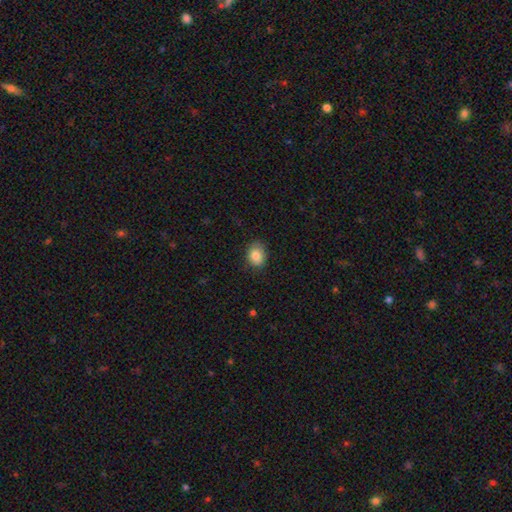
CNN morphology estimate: The model was most divided on "how rounded": in between: 56%, round: 44%, cigar-shaped: 1%. More confident: smooth or featured — smooth (83%); merging — none (82%).